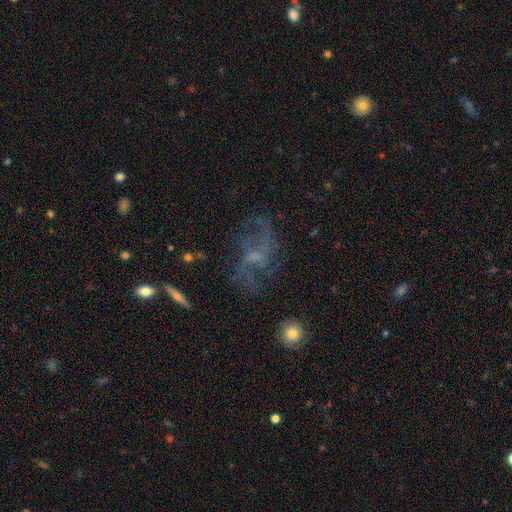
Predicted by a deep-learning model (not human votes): smooth-or-featured: featured or disk: 70% | star or artifact: 15% | smooth: 15%
  disk-edge-on: no: 95% | yes: 5%
    bar: no: 50% | weak: 41% | strong: 9%
    has-spiral-arms: yes: 80% | no: 20%
      spiral-winding: loose: 65% | medium: 27% | tight: 8%
      spiral-arm-count: 2: 60% | can't tell: 20% | 3: 8% | 1: 5% | 4: 4% | more than 4: 3%
    bulge-size: small: 43% | none: 34% | moderate: 19% | large: 2% | dominant: 1%
  merging: none: 56% | major disturbance: 23% | minor disturbance: 18% | merger: 4%